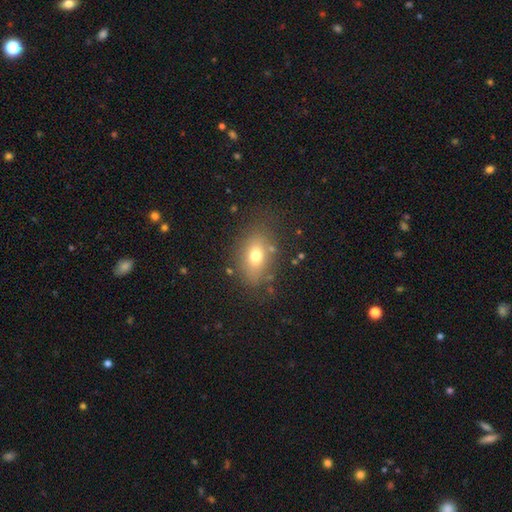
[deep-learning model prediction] Smooth or featured?
  - smooth: 70% *
  - featured or disk: 17%
  - star or artifact: 12%
How rounded?
  - in between: 78% *
  - round: 19%
  - cigar-shaped: 3%
Merging?
  - none: 77% *
  - minor disturbance: 14%
  - major disturbance: 6%
  - merger: 3%